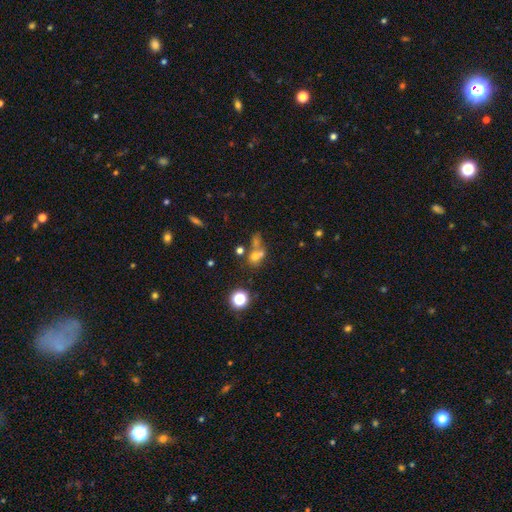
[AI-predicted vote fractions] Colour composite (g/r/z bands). It shows a smooth galaxy with no disk features (59%) that is round (61%). Merging: merger (49%).